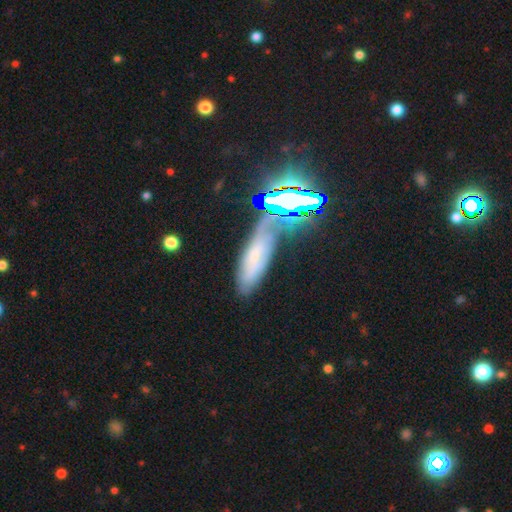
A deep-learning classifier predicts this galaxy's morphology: star or artifact 36%, smooth 33%, featured or disk 32%.